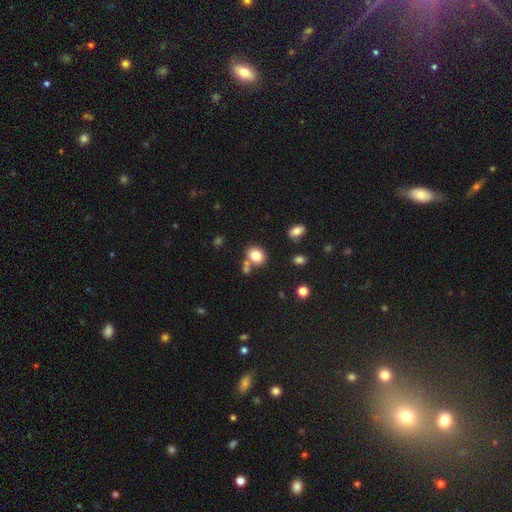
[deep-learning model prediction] This is clearly a smooth galaxy (81%). How rounded: possibly round (52%). Merging: likely none (63%).